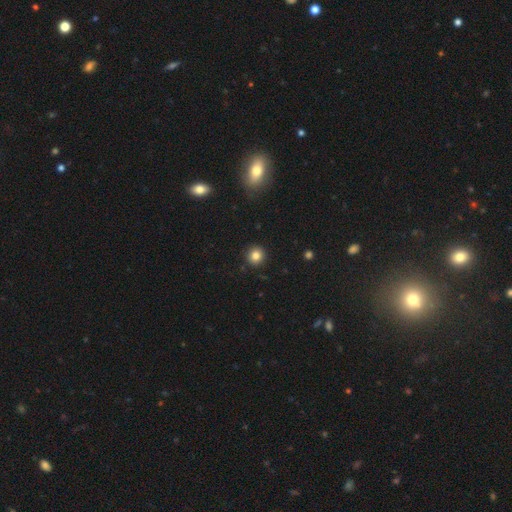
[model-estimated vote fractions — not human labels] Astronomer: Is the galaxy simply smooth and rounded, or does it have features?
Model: smooth — 82%.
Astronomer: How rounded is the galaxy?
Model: round — 94%.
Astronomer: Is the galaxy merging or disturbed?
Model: none — 92%.